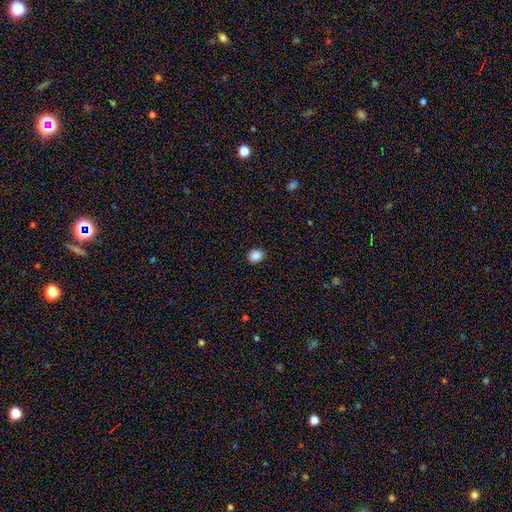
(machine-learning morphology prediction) smooth_or_featured: smooth (p=0.87) [alt: star or artifact p=0.10]
how_rounded: round (p=0.65) [alt: in between p=0.34]
merging: none (p=0.91) [alt: minor disturbance p=0.06]